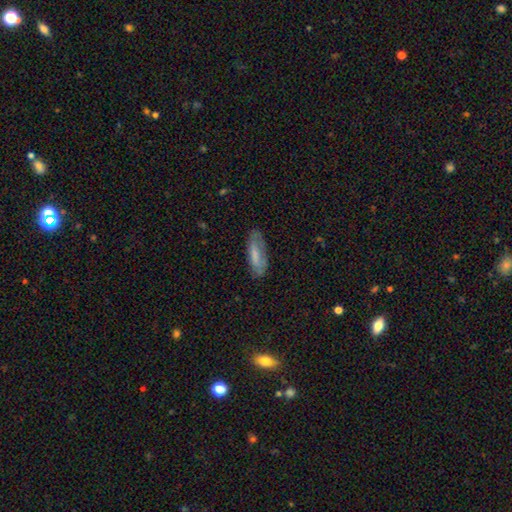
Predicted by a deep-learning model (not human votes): smooth-or-featured: smooth: 66% | featured or disk: 27% | star or artifact: 7%
  how-rounded: in between: 56% | cigar-shaped: 43% | round: 2%
  merging: none: 72% | minor disturbance: 20% | major disturbance: 6% | merger: 2%